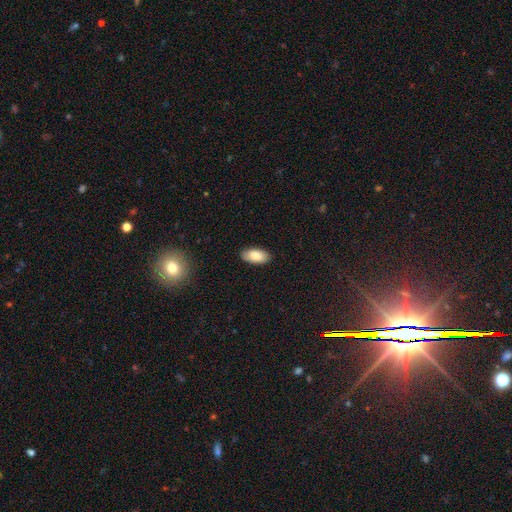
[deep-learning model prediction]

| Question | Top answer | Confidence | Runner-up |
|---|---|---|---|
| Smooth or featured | smooth | 84% | featured or disk (9%) |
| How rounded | in between | 93% | cigar-shaped (5%) |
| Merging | none | 87% | minor disturbance (10%) |